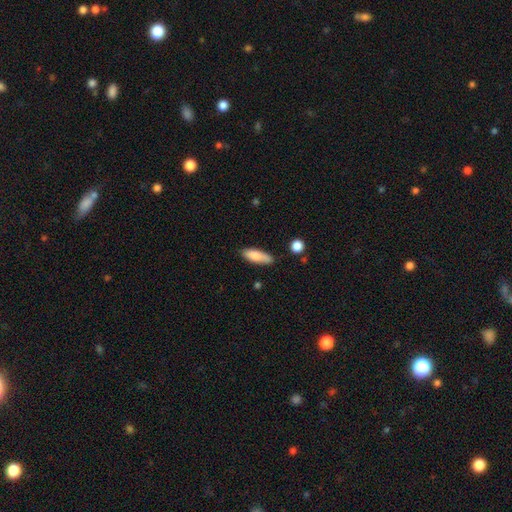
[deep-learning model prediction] smooth 82%, featured or disk 12%, star or artifact 7%. Down the decision tree: how rounded — in between (59%); merging — none (72%).